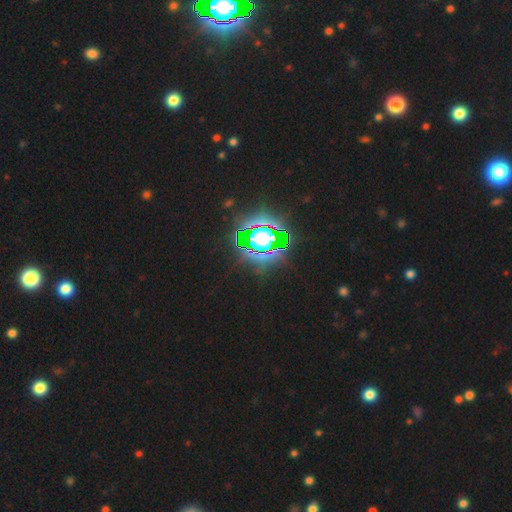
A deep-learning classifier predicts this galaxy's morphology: Smooth or featured: star or artifact — 83% (smooth — 9%)